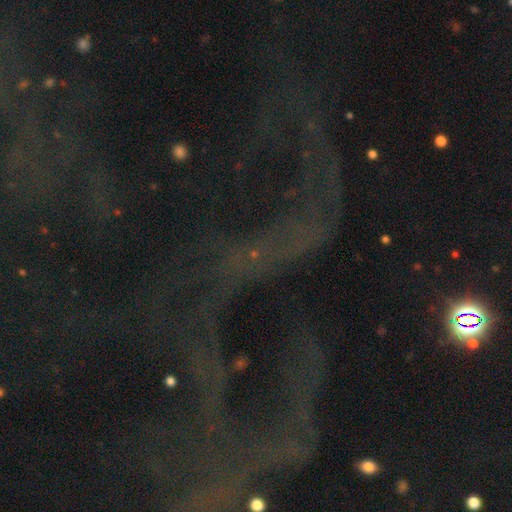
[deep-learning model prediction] star or artifact 70%, featured or disk 18%, smooth 12%.